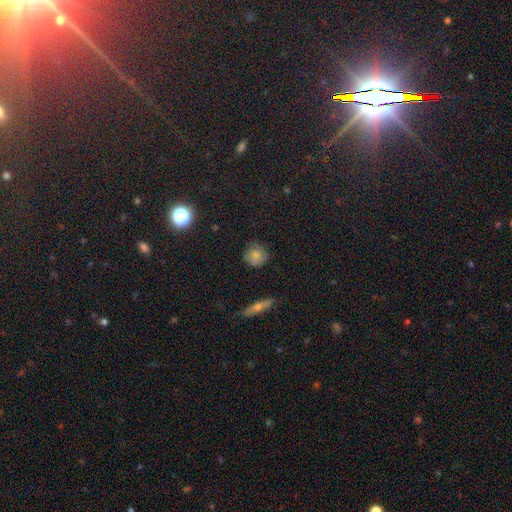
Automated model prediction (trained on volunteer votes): A smooth galaxy with no disk features (73%) that is round (86%).

Vote fractions:
- Smooth or featured? smooth: 73% / featured or disk: 17% / star or artifact: 11%
- How rounded? round: 86% / in between: 12% / cigar-shaped: 2%
- Merging? none: 75% / minor disturbance: 19% / major disturbance: 4% / merger: 2%